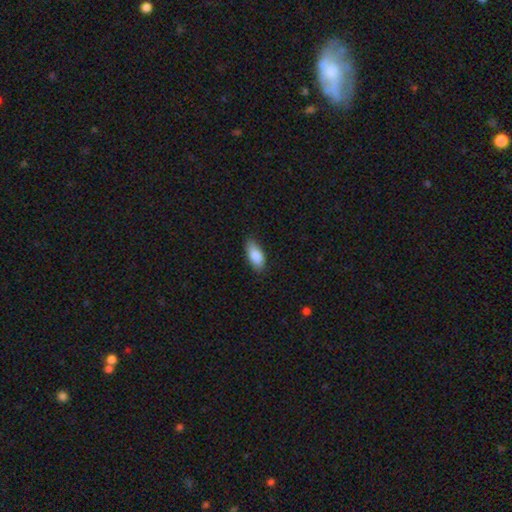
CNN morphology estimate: Smooth or featured? Predicted: smooth (p=0.87). How rounded? Predicted: in between (p=0.87). Merging? Predicted: none (p=0.81).